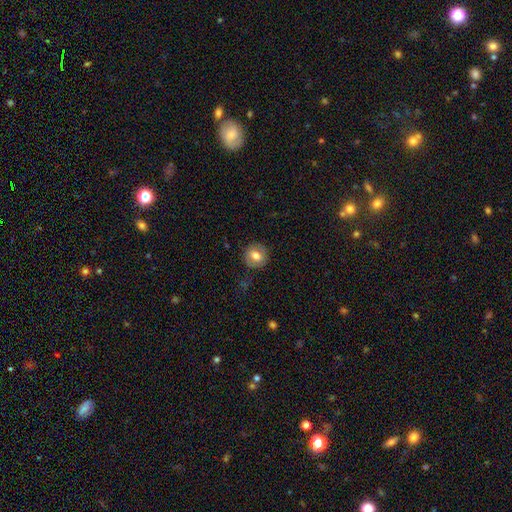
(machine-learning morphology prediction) Q: Smooth or featured?
A: smooth (69%); runner-up: featured or disk (23%)
Q: How rounded?
A: round (78%); runner-up: in between (21%)
Q: Merging?
A: none (83%); runner-up: minor disturbance (12%)